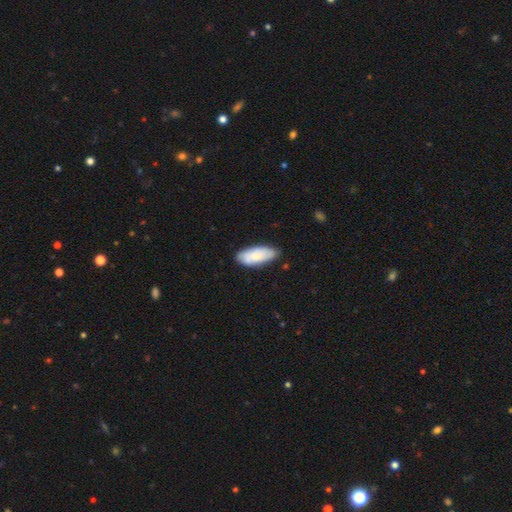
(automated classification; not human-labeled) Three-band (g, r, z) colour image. It shows a smooth galaxy with no disk features (78%) that is in between round and cigar-shaped (86%). Merging: none (77%).